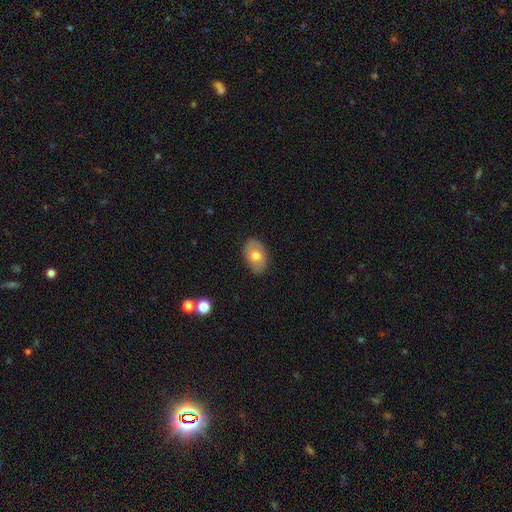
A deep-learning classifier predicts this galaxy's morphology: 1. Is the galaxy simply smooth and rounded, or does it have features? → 72% smooth, 21% featured or disk, 7% star or artifact.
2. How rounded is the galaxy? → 85% in between, 14% round, 1% cigar-shaped.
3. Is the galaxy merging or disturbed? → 85% none, 12% minor disturbance, 2% major disturbance, 1% merger.